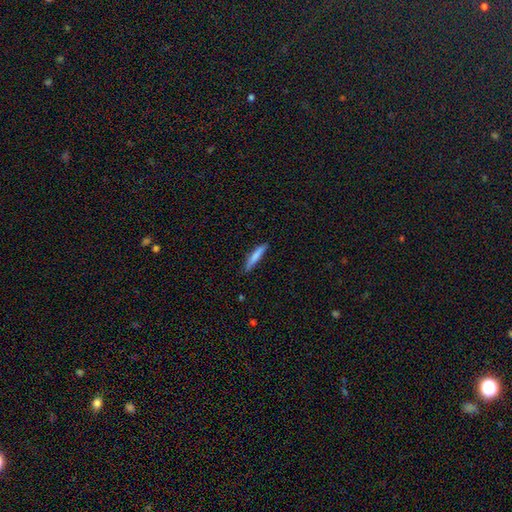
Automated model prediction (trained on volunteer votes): A smooth galaxy with no disk features (79%) that is cigar-shaped (91%).

Vote fractions:
- Smooth or featured? smooth: 79% / featured or disk: 15% / star or artifact: 6%
- How rounded? cigar-shaped: 91% / in between: 8% / round: 1%
- Merging? none: 83% / minor disturbance: 14% / major disturbance: 2% / merger: 1%